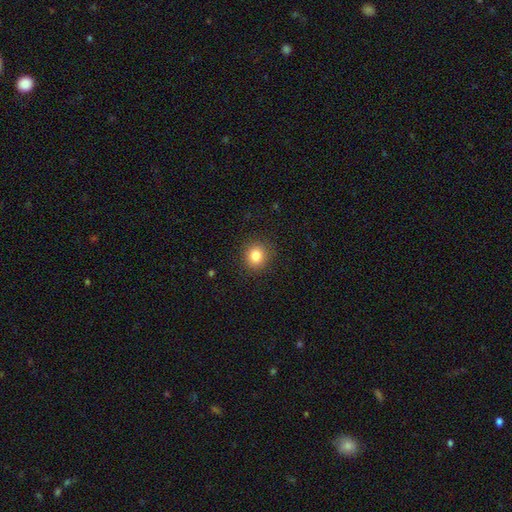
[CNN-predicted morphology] Smooth or featured? smooth (84%)
How rounded? round (83%)
Merging? none (89%)